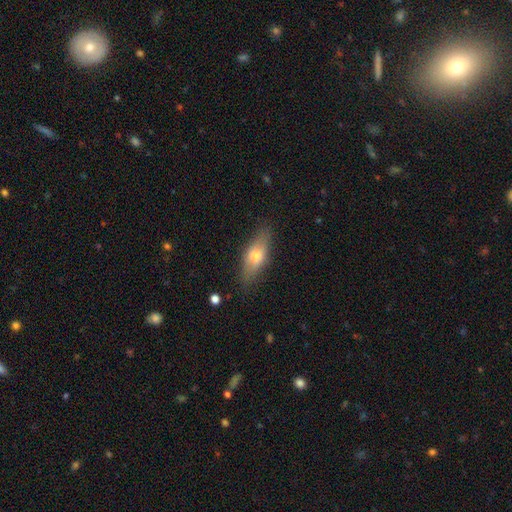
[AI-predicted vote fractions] Morphology: type=smooth (53%); roundness=in between (64%); merging=none (81%).